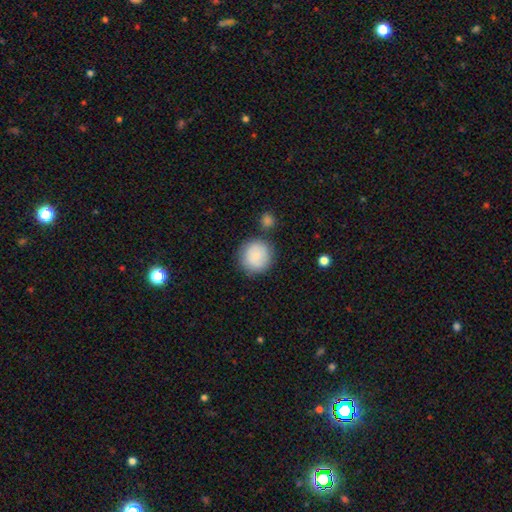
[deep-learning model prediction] Overall: smooth (86%). How rounded: round (92%). Merging: none (75%).